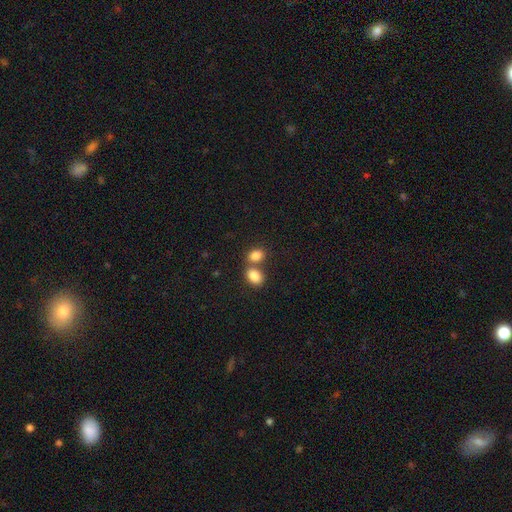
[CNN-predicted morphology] smooth 84%, star or artifact 9%, featured or disk 7%. Down the decision tree: how rounded — in between (68%); merging — merger (46%).